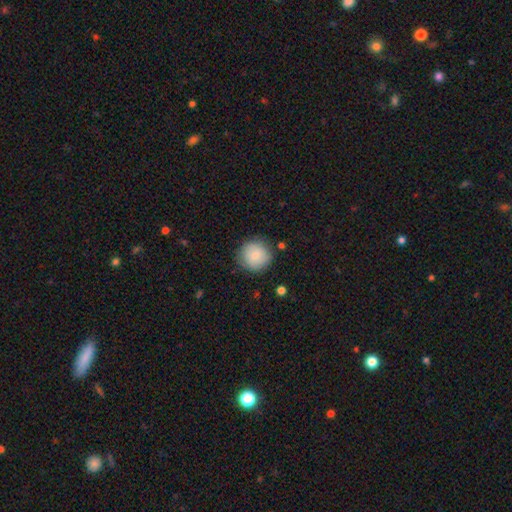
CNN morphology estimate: Q: Smooth or featured?
A: smooth (85%); runner-up: featured or disk (8%)
Q: How rounded?
A: round (94%); runner-up: in between (5%)
Q: Merging?
A: none (84%); runner-up: minor disturbance (11%)